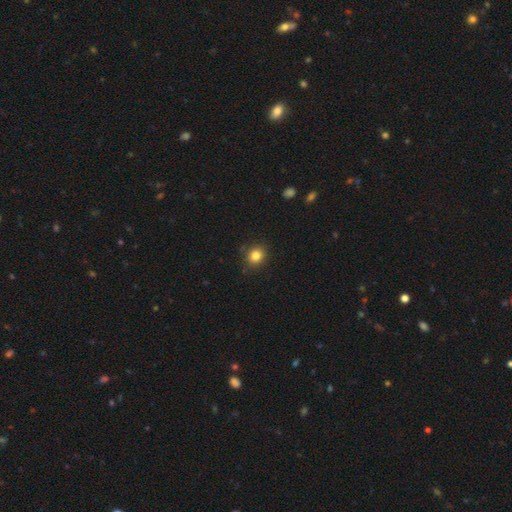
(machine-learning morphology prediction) type=smooth (83%); roundness=round (79%); merging=none (88%).